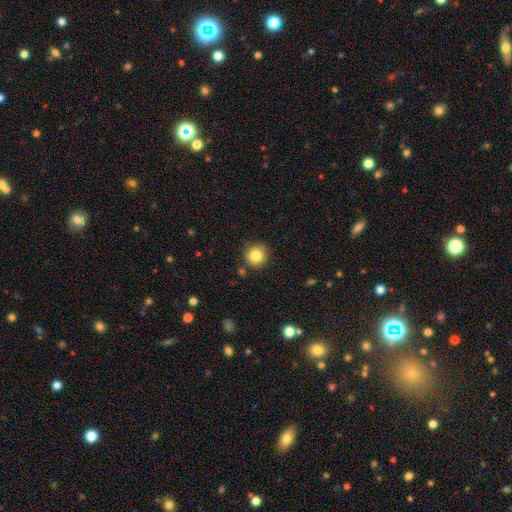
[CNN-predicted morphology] A smooth galaxy with no disk features (84%) that is round (93%).

Vote fractions:
- Smooth or featured? smooth: 84% / star or artifact: 10% / featured or disk: 6%
- How rounded? round: 93% / in between: 6% / cigar-shaped: 1%
- Merging? none: 86% / minor disturbance: 9% / merger: 3% / major disturbance: 2%